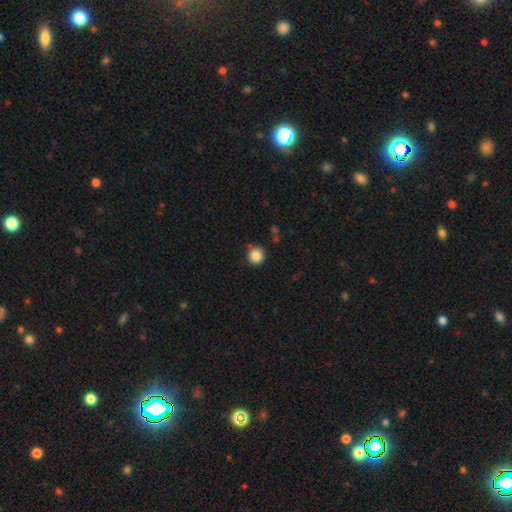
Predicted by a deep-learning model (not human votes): Morphology: type=smooth (86%); roundness=round (93%); merging=none (82%).